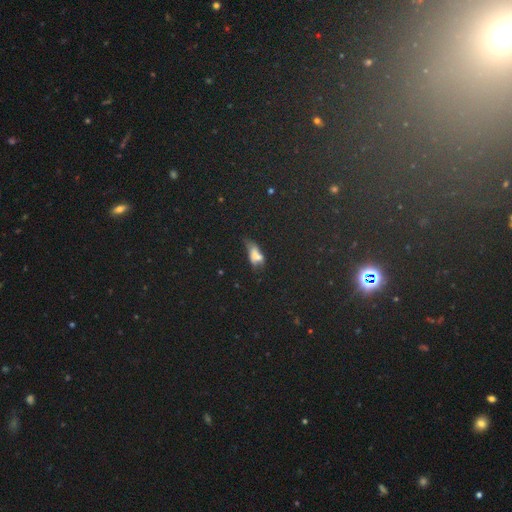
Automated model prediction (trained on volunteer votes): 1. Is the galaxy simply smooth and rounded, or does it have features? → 54% smooth, 28% star or artifact, 19% featured or disk.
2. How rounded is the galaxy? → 67% in between, 20% cigar-shaped, 13% round.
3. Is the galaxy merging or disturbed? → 29% none, 28% major disturbance, 25% minor disturbance, 18% merger.